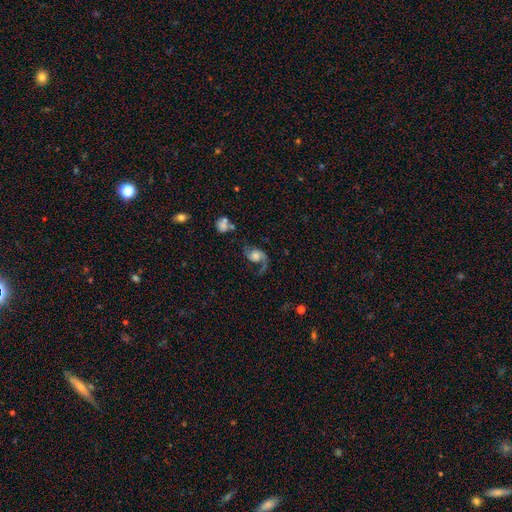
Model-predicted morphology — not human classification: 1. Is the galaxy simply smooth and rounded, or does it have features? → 75% featured or disk, 17% smooth, 8% star or artifact.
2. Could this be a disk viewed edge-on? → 97% no, 3% yes.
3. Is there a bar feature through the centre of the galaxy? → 69% no, 25% weak, 6% strong.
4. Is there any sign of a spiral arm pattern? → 94% yes, 6% no.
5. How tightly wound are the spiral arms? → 61% loose, 31% medium, 8% tight.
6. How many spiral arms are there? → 65% 2, 30% 1, 2% can't tell, 1% 3, 1% 4, 1% more than 4.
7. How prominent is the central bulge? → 43% moderate, 25% large, 20% small, 7% none, 5% dominant.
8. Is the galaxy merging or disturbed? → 48% none, 28% major disturbance, 19% minor disturbance, 5% merger.